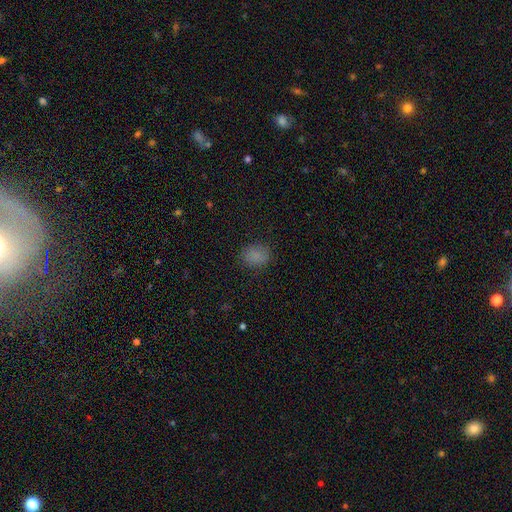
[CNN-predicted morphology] Overall: smooth (83%). How rounded: round (50%; in between 49%). Merging: none (84%).